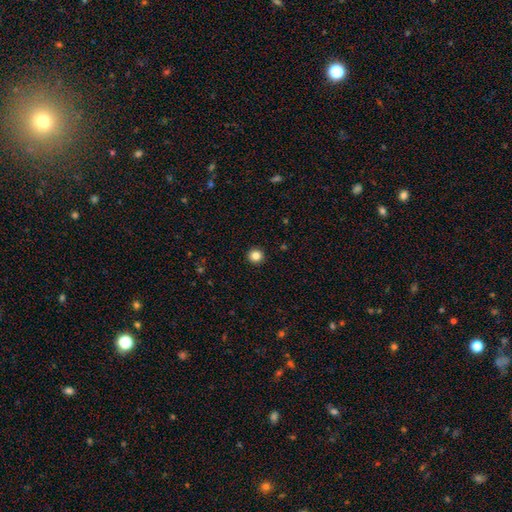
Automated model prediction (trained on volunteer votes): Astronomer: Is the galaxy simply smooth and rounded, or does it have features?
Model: smooth — 84%.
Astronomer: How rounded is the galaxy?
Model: round — 94%.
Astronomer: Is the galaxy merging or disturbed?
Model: none — 93%.